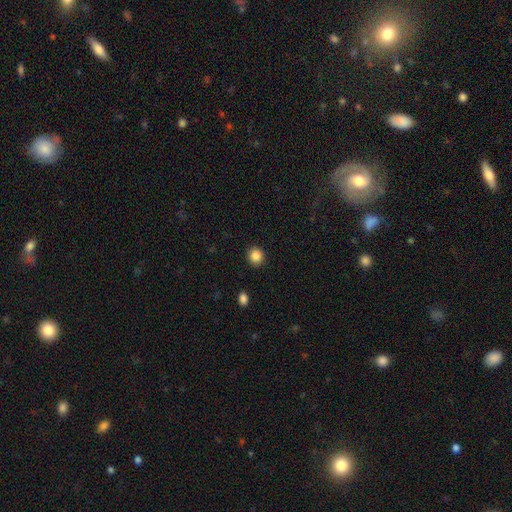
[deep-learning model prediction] A smooth galaxy with no disk features (86%) that is round (85%). Merging: none (91%).